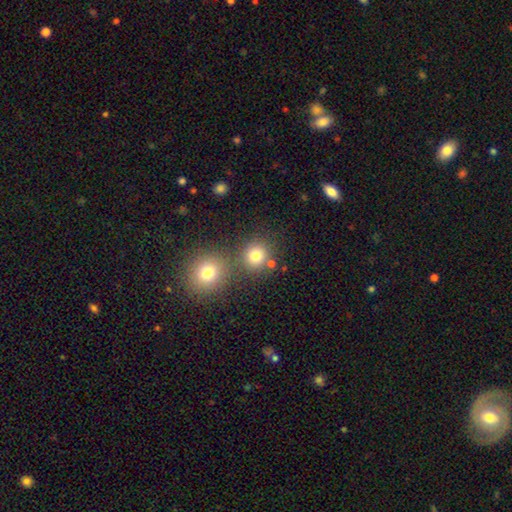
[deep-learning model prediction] Morphology: type=smooth (78%); roundness=round (88%); merging=none (70%).